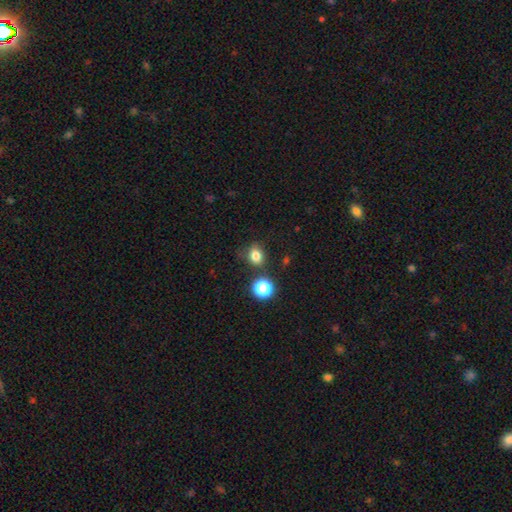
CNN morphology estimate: Q: Smooth or featured?
A: smooth (79%); runner-up: star or artifact (14%)
Q: How rounded?
A: round (52%); runner-up: in between (47%)
Q: Merging?
A: none (70%); runner-up: minor disturbance (18%)